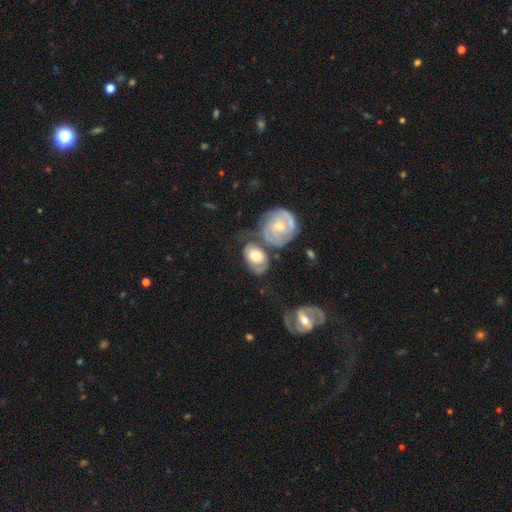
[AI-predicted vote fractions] The model was most divided on "smooth or featured" (2-way tie): smooth: 47%, featured or disk: 47%, star or artifact: 6%. Remaining: merging — none (38%).